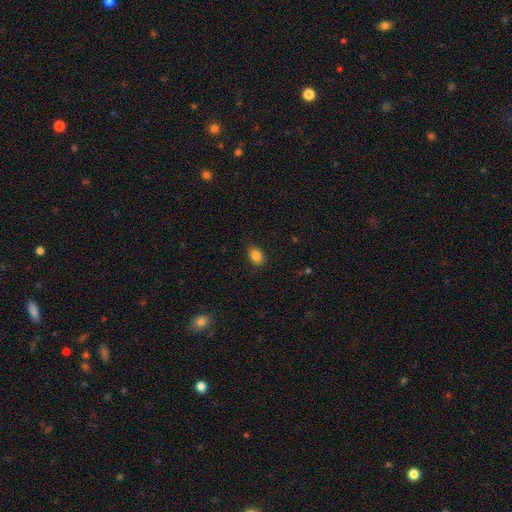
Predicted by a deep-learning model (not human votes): A smooth galaxy with no disk features (86%) that is in between round and cigar-shaped (79%). Merging: none (83%).